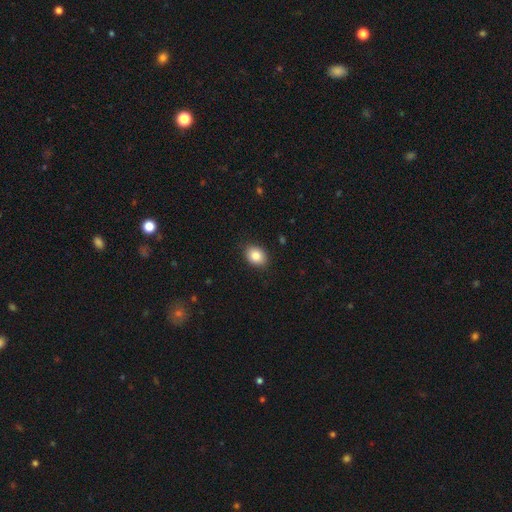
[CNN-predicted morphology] Smooth or featured? Predicted: smooth (p=0.85). How rounded? Predicted: in between (p=0.66). Merging? Predicted: none (p=0.87).